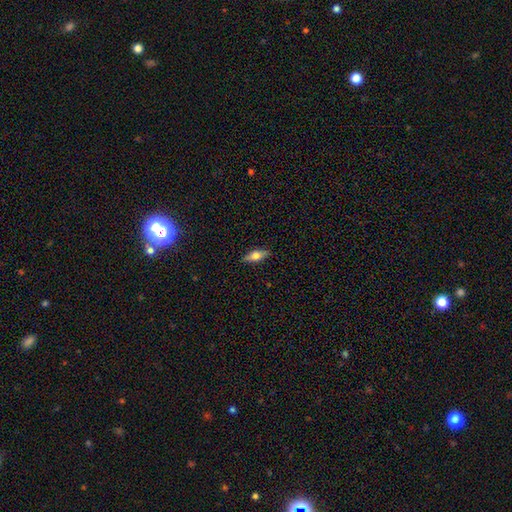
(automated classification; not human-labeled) smooth_or_featured: smooth (p=0.58) [alt: featured or disk p=0.35]
how_rounded: in between (p=0.66) [alt: cigar-shaped p=0.30]
merging: none (p=0.87) [alt: minor disturbance p=0.10]